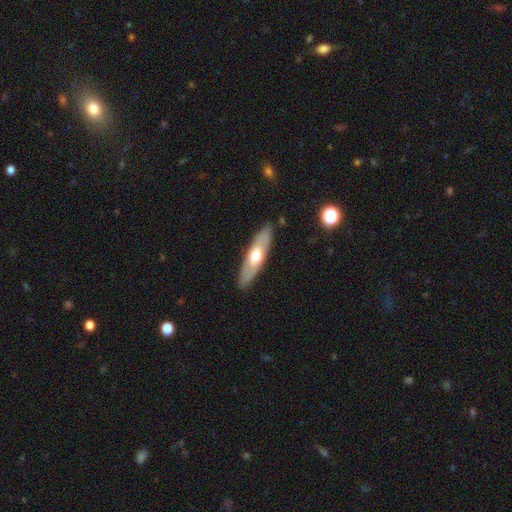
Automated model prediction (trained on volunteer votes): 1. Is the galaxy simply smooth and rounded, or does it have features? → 49% featured or disk, 46% smooth, 5% star or artifact.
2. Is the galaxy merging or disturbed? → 85% none, 11% minor disturbance, 2% major disturbance, 1% merger.